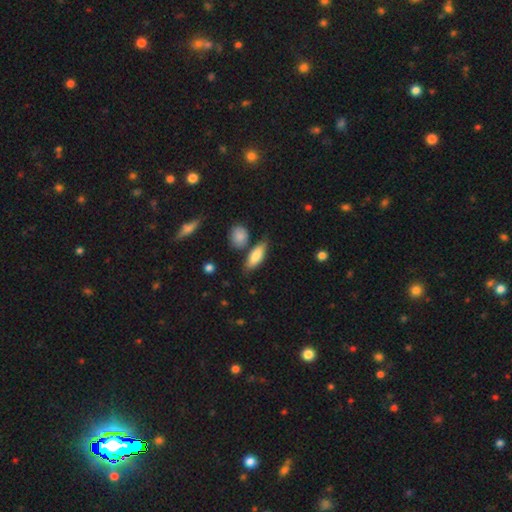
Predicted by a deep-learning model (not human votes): Overall: smooth (77%). How rounded: in between (68%; cigar-shaped 29%). Merging: none (71%).